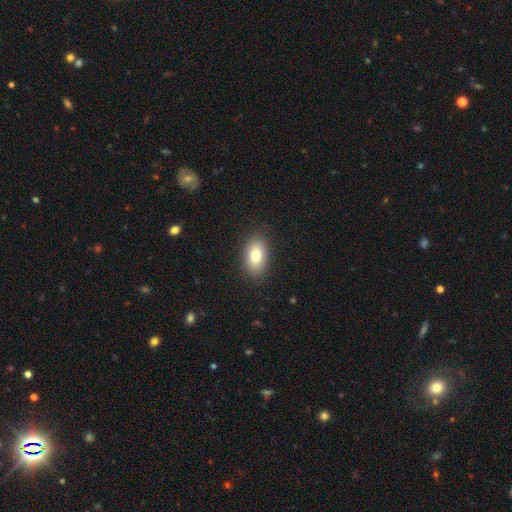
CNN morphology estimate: Overall: smooth (79%). How rounded: in between (88%). Merging: none (87%).